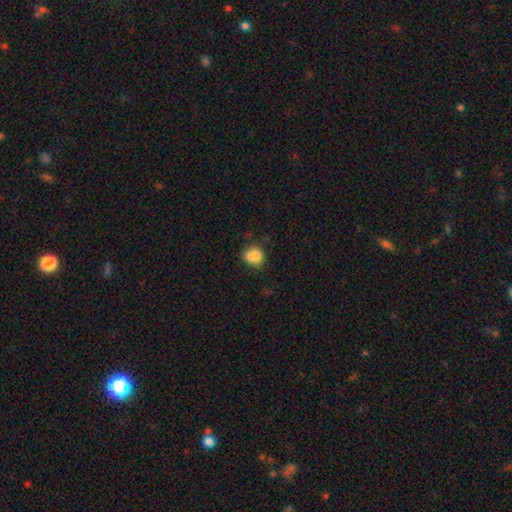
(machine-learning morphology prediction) This appears to be a smooth galaxy with no disk features (74%) that is round (75%). Merging: none (42%, tied with merger).